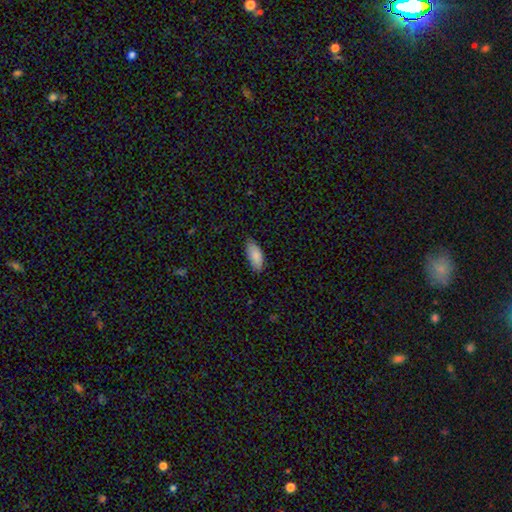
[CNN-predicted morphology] This is clearly a smooth galaxy (87%). How rounded: clearly in between (89%). Merging: likely none (79%).